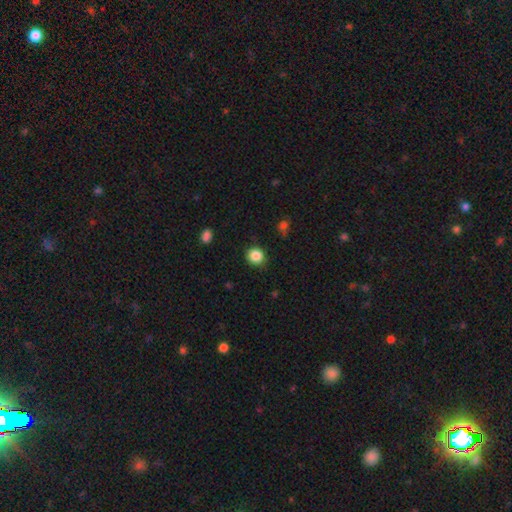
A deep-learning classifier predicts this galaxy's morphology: This appears to be a smooth galaxy with no disk features (86%) that is round (88%). Merging: none (87%).